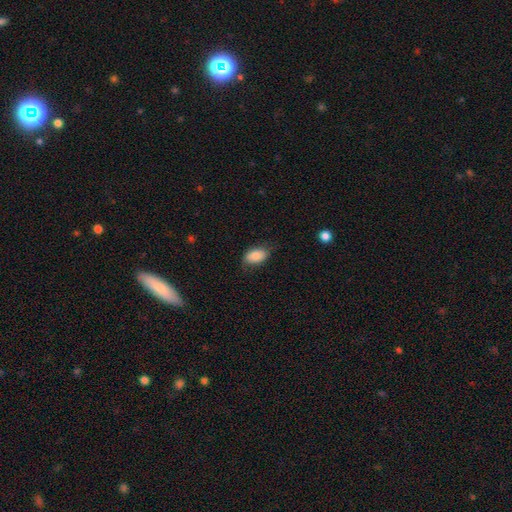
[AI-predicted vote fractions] smooth 83%, featured or disk 10%, star or artifact 7%. Down the decision tree: how rounded — in between (90%); merging — none (71%).